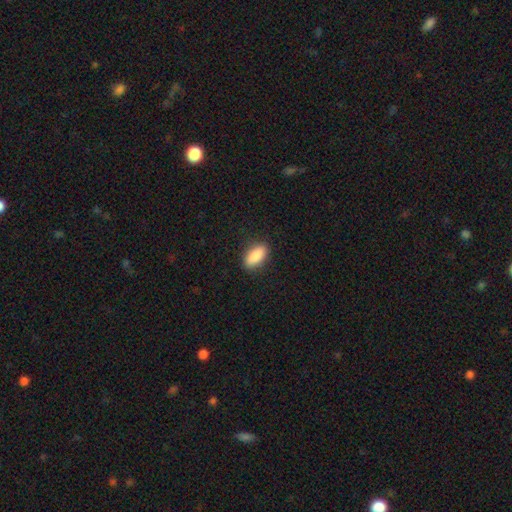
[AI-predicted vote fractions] smooth_or_featured: smooth (p=0.88) [alt: star or artifact p=0.06]
how_rounded: in between (p=0.83) [alt: cigar-shaped p=0.14]
merging: none (p=0.88) [alt: minor disturbance p=0.09]